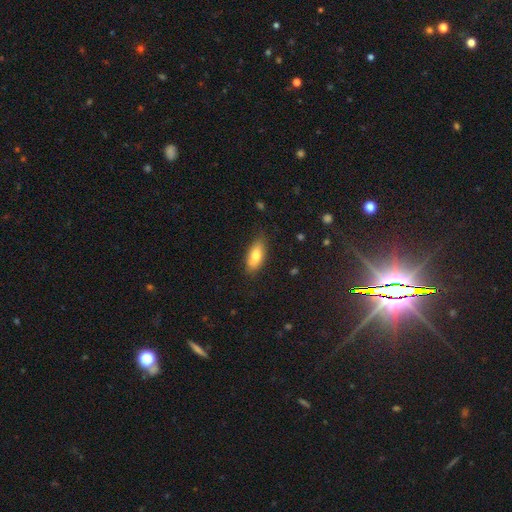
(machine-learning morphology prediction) Smooth or featured?
  - smooth: 78% *
  - featured or disk: 15%
  - star or artifact: 7%
How rounded?
  - in between: 84% *
  - cigar-shaped: 13%
  - round: 3%
Merging?
  - none: 78% *
  - minor disturbance: 17%
  - major disturbance: 3%
  - merger: 1%